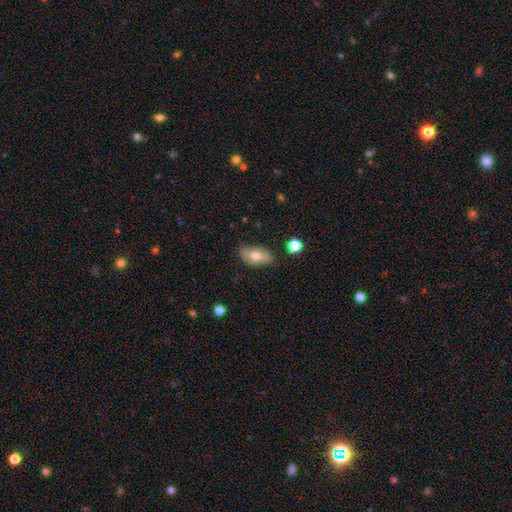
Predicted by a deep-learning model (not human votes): This appears to be a smooth galaxy with no disk features (65%) that is in between round and cigar-shaped (90%). Merging: none (77%).